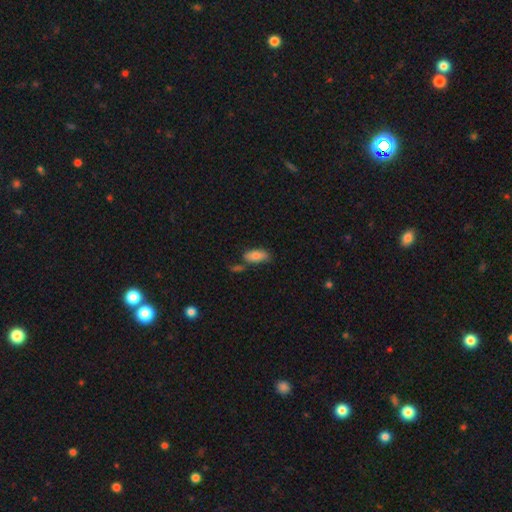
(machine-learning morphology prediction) This appears to be a smooth galaxy with no disk features (80%) that is in between round and cigar-shaped (88%). Merging: none (62%).